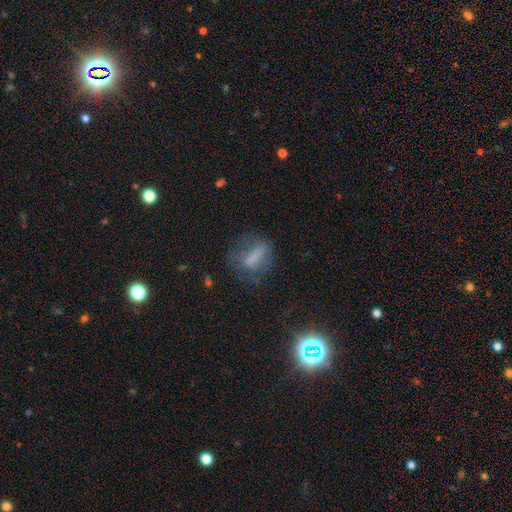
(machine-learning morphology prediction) smooth-or-featured: smooth: 57% | featured or disk: 28% | star or artifact: 15%
  how-rounded: in between: 60% | cigar-shaped: 21% | round: 19%
  merging: none: 45% | major disturbance: 28% | minor disturbance: 23% | merger: 3%